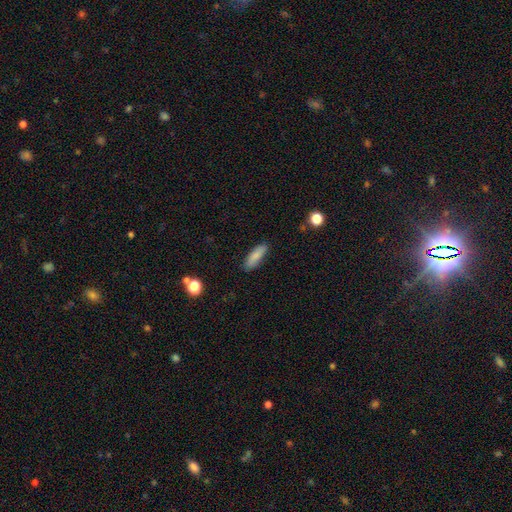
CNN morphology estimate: Smooth or featured: smooth — 84% (featured or disk — 9%)
How rounded: in between — 53% (cigar-shaped — 45%)
Merging: none — 85% (minor disturbance — 11%)